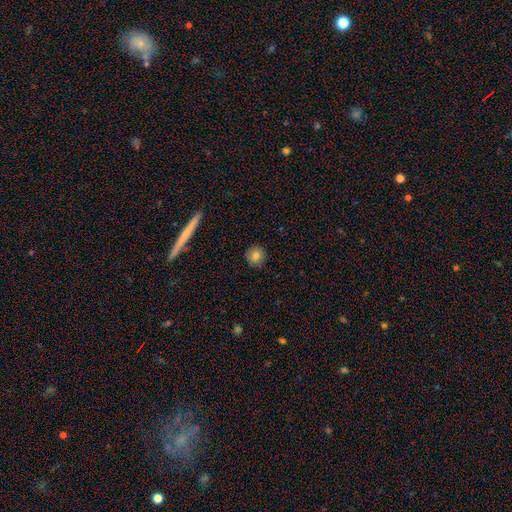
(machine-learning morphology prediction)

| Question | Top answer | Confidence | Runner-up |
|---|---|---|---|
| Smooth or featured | smooth | 80% | featured or disk (10%) |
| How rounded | round | 94% | in between (5%) |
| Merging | none | 91% | minor disturbance (6%) |